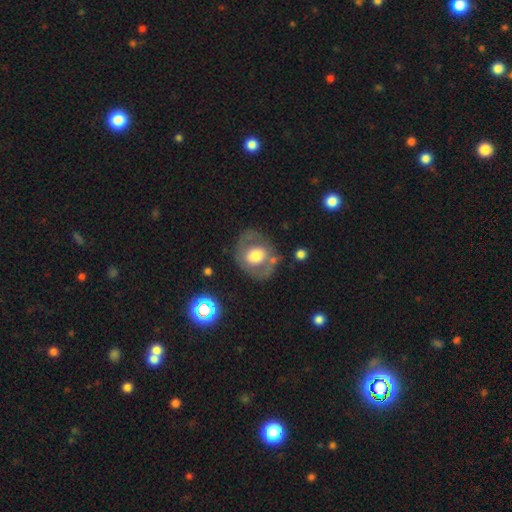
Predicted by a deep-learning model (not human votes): Overall: smooth (48%; featured or disk 45%). Merging: none (69%).